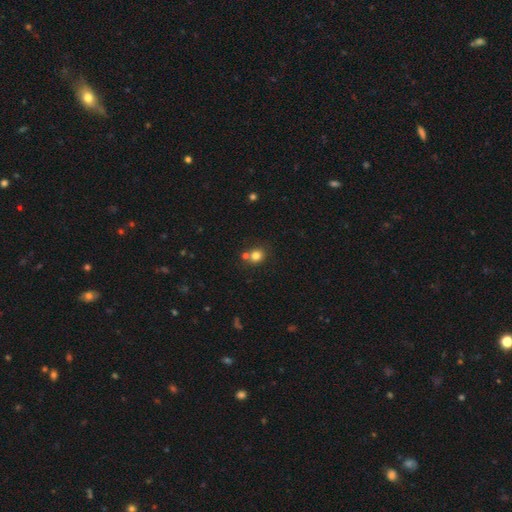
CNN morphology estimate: A smooth galaxy with no disk features (79%) that is round (80%).

Vote fractions:
- Smooth or featured? smooth: 79% / star or artifact: 13% / featured or disk: 8%
- How rounded? round: 80% / in between: 19% / cigar-shaped: 1%
- Merging? none: 63% / merger: 25% / minor disturbance: 9% / major disturbance: 3%